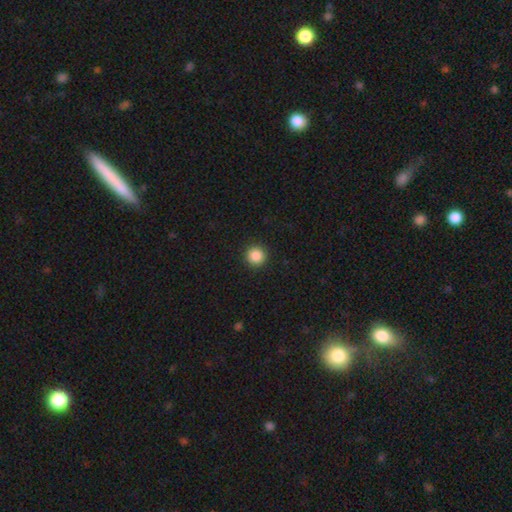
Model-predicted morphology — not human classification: Smooth or featured? smooth (87%)
How rounded? round (96%)
Merging? none (92%)